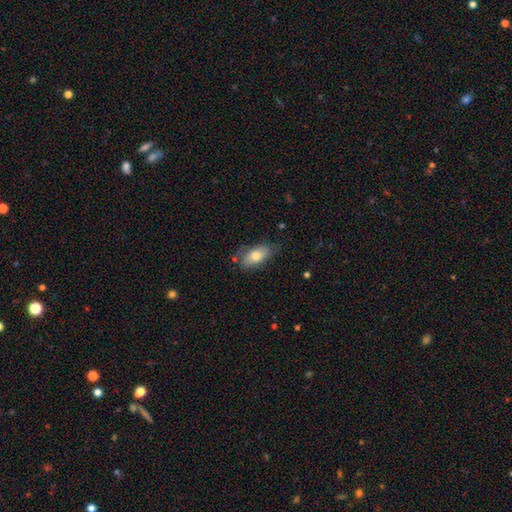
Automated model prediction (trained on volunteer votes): This appears to be a smooth galaxy with no disk features (76%) that is in between round and cigar-shaped (89%). Merging: none (67%).